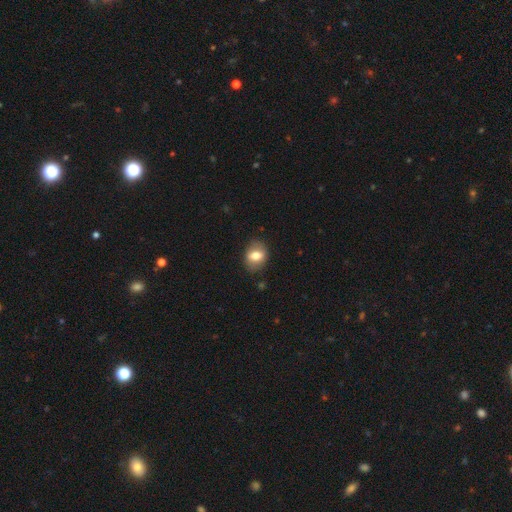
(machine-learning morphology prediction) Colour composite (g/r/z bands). It shows a smooth galaxy with no disk features (70%) that is in between round and cigar-shaped (64%). Merging: none (83%).